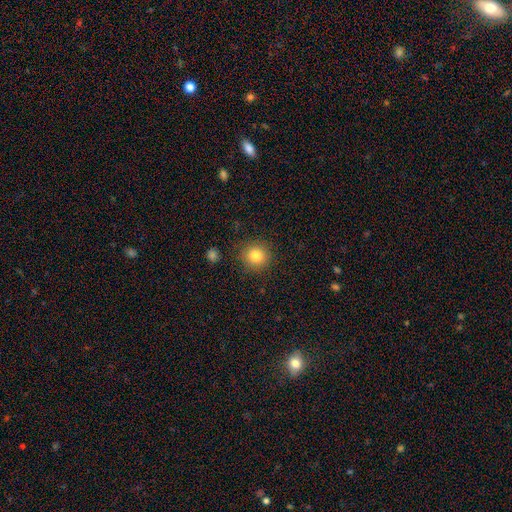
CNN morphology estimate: A smooth galaxy with no disk features (81%) that is round (93%).

Vote fractions:
- Smooth or featured? smooth: 81% / star or artifact: 11% / featured or disk: 7%
- How rounded? round: 93% / in between: 6% / cigar-shaped: 1%
- Merging? none: 89% / minor disturbance: 7% / major disturbance: 3% / merger: 1%